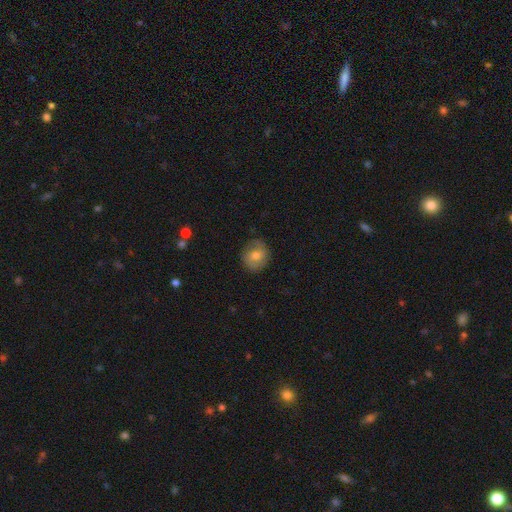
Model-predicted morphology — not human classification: smooth-or-featured: smooth: 63% | featured or disk: 28% | star or artifact: 8%
  how-rounded: round: 77% | in between: 22% | cigar-shaped: 1%
  merging: none: 78% | minor disturbance: 16% | major disturbance: 4% | merger: 1%